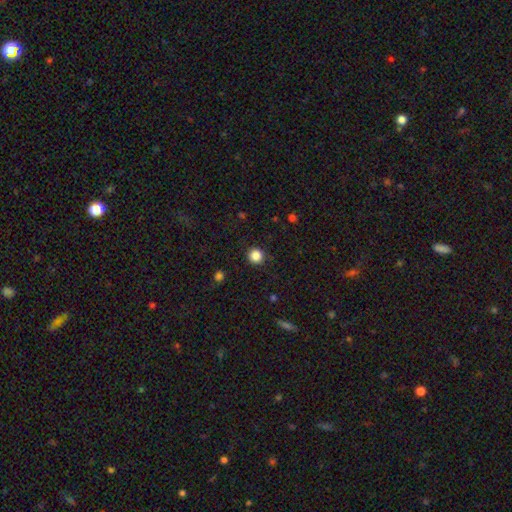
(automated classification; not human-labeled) A smooth galaxy with no disk features (86%) that is round (95%).

Vote fractions:
- Smooth or featured? smooth: 86% / star or artifact: 11% / featured or disk: 3%
- How rounded? round: 95% / in between: 4% / cigar-shaped: 1%
- Merging? none: 91% / minor disturbance: 5% / major disturbance: 2% / merger: 1%